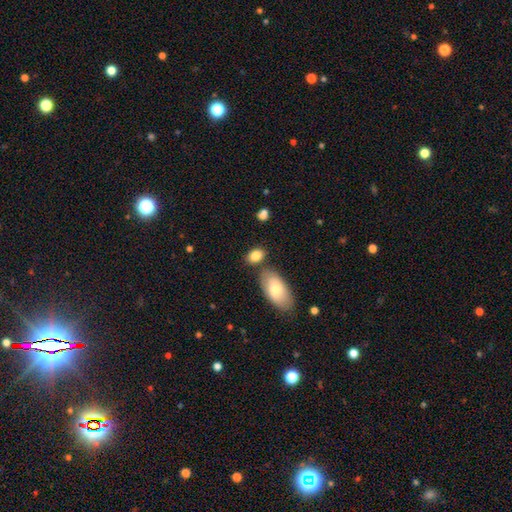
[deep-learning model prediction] Smooth or featured? Predicted: smooth (p=0.84). How rounded? Predicted: in between (p=0.85). Merging? Predicted: none (p=0.65).